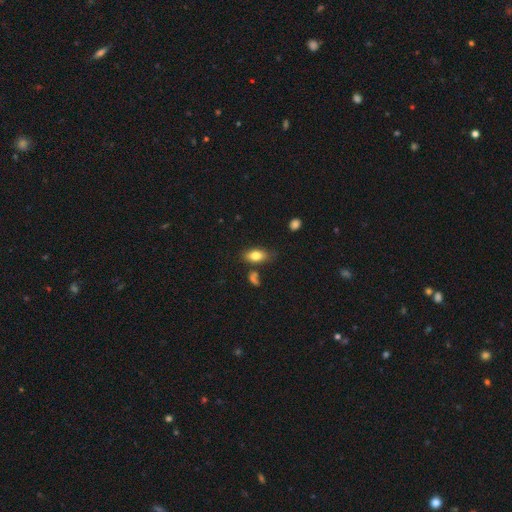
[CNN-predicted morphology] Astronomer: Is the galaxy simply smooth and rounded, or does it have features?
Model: smooth — 80%.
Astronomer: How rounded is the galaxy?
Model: in between — 88%.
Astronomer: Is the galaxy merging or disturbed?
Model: none — 69%.